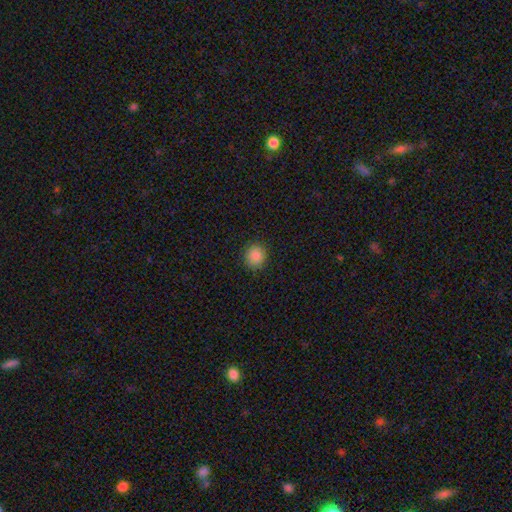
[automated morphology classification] Overall: smooth (87%). How rounded: round (87%). Merging: none (90%).